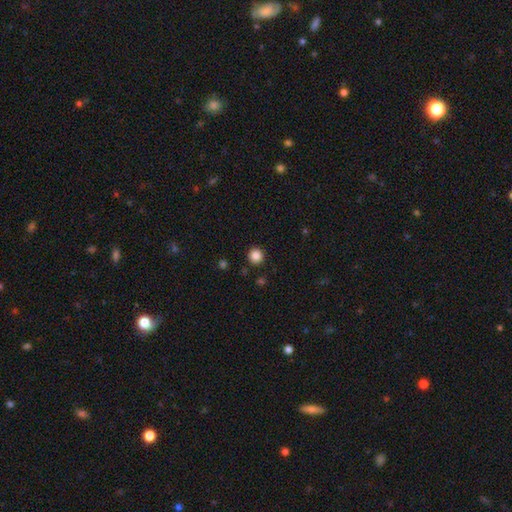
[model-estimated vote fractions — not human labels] Overall: smooth (85%). How rounded: round (94%). Merging: none (92%).